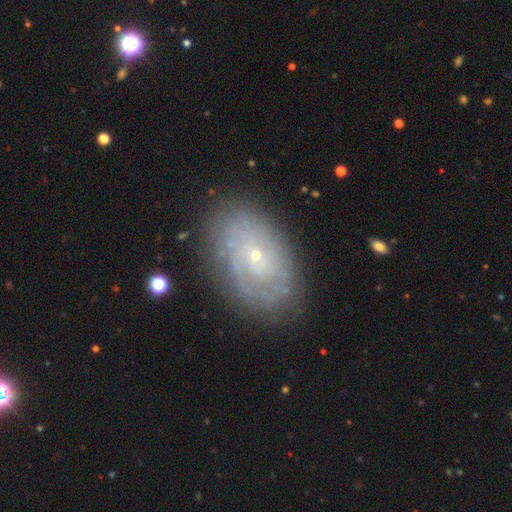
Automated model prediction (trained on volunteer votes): Q: Smooth or featured?
A: featured or disk (71%); runner-up: smooth (21%)
Q: Edge-on disk?
A: no (95%); runner-up: yes (5%)
Q: Bar?
A: no (79%); runner-up: weak (18%)
Q: Spiral arms?
A: yes (82%); runner-up: no (18%)
Q: Spiral winding?
A: tight (64%); runner-up: medium (26%)
Q: Spiral arm count?
A: can't tell (49%); runner-up: 2 (20%)
Q: Bulge size?
A: small (81%); runner-up: moderate (15%)
Q: Merging?
A: none (76%); runner-up: minor disturbance (16%)